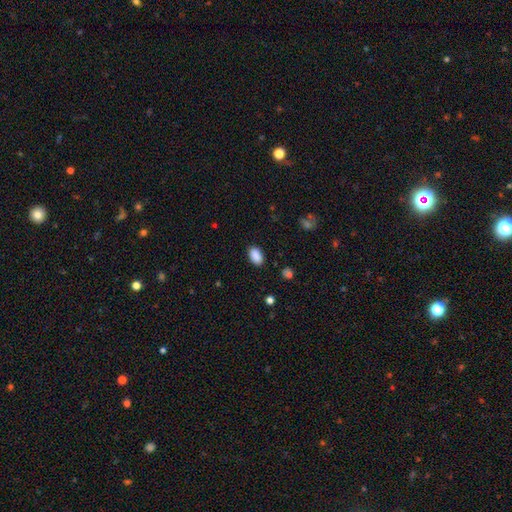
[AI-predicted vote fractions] This is clearly a smooth galaxy (89%). How rounded: clearly in between (92%). Merging: clearly none (86%).